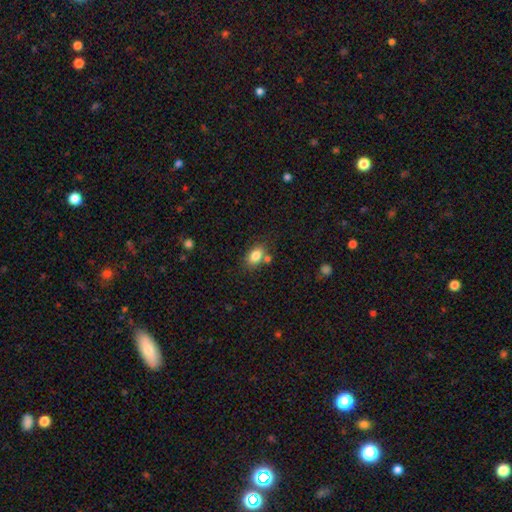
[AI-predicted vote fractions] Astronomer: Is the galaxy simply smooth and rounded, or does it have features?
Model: smooth — 83%.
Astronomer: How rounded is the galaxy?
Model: in between — 80%.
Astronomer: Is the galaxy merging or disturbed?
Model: none — 68%.